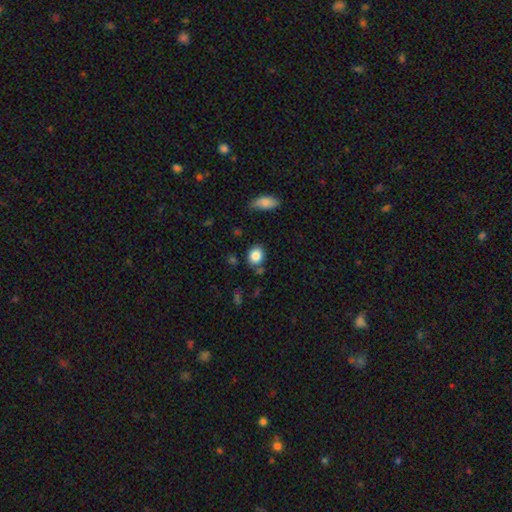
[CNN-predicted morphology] smooth_or_featured: smooth (p=0.85) [alt: star or artifact p=0.09]
how_rounded: round (p=0.57) [alt: in between p=0.42]
merging: none (p=0.77) [alt: minor disturbance p=0.14]